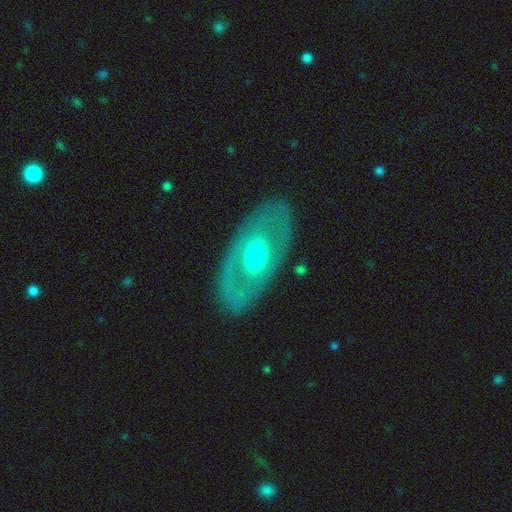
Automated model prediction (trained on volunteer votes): smooth-or-featured: featured or disk: 65% | smooth: 30% | star or artifact: 5%
  disk-edge-on: no: 87% | yes: 13%
    bar: no: 77% | weak: 16% | strong: 7%
    has-spiral-arms: no: 81% | yes: 19%
    bulge-size: moderate: 62% | small: 24% | large: 11% | dominant: 1% | none: 1%
  merging: none: 83% | minor disturbance: 10% | major disturbance: 5% | merger: 1%